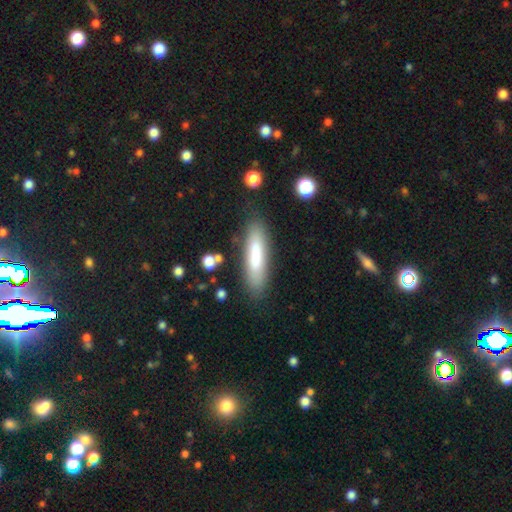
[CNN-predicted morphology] Smooth or featured? smooth (75%)
How rounded? cigar-shaped (71%)
Merging? none (83%)